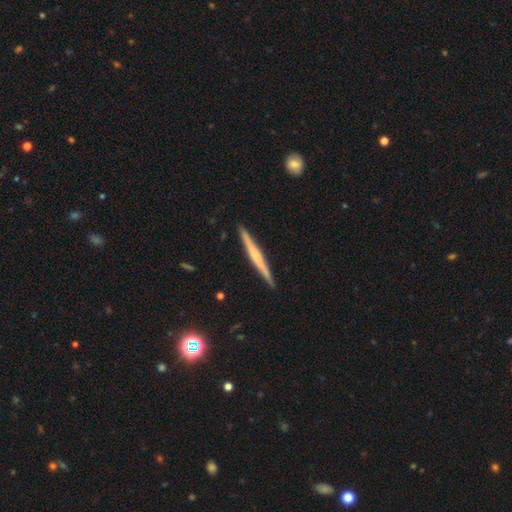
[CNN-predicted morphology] This is likely a featured or disk galaxy (65%). It is clearly viewed edge-on (98%). Edge-on bulge: possibly rounded (52%). Merging: clearly none (91%).